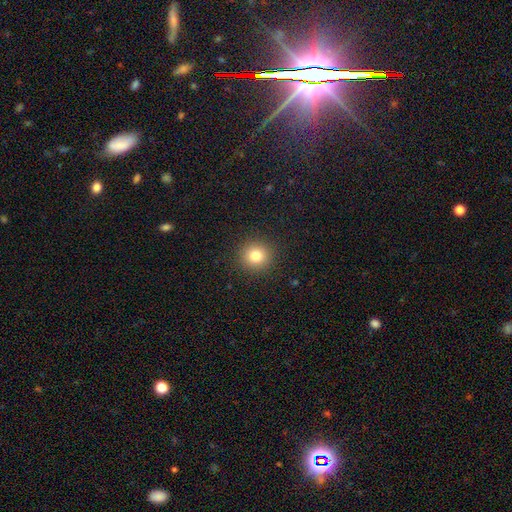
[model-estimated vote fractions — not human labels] smooth 80%, star or artifact 13%, featured or disk 7%. Down the decision tree: how rounded — round (92%); merging — none (91%).